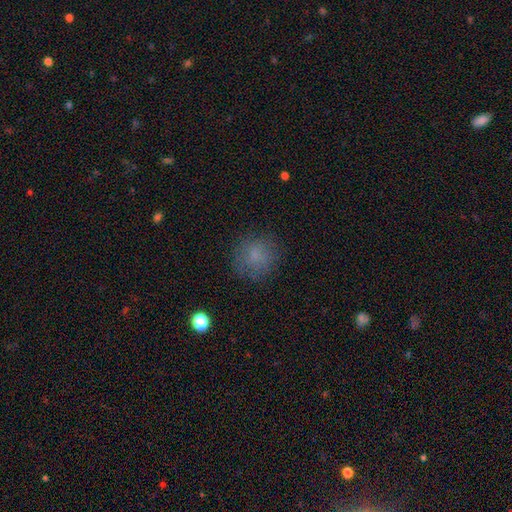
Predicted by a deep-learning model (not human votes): Morphology: type=smooth (76%); roundness=round (88%); merging=none (79%).